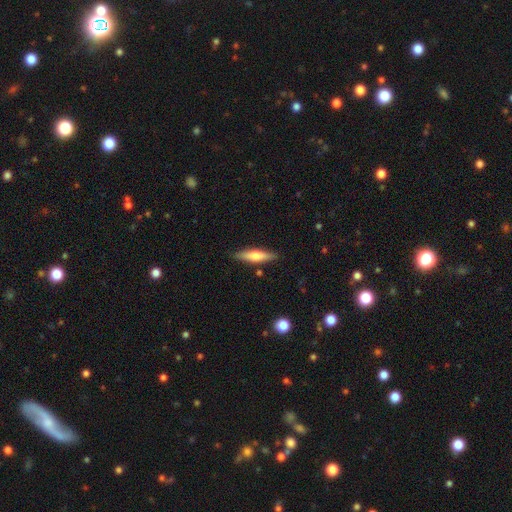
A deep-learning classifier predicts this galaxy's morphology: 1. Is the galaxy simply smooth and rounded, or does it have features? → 56% smooth, 38% featured or disk, 6% star or artifact.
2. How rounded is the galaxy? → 76% cigar-shaped, 23% in between, 2% round.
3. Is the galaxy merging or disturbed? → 87% none, 10% minor disturbance, 2% merger, 2% major disturbance.